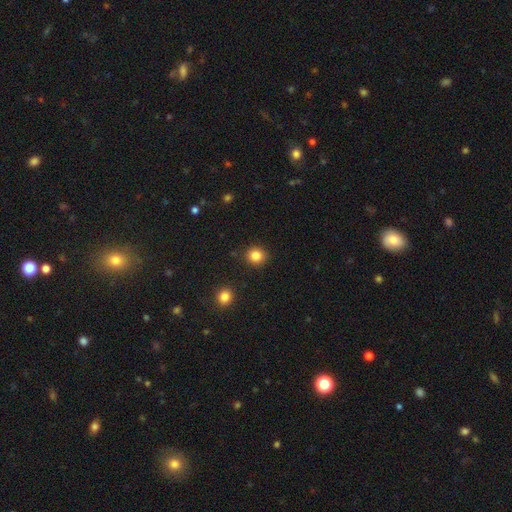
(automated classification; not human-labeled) Smooth or featured?
  - smooth: 84% *
  - star or artifact: 11%
  - featured or disk: 5%
How rounded?
  - round: 85% *
  - in between: 14%
  - cigar-shaped: 1%
Merging?
  - none: 89% *
  - minor disturbance: 7%
  - major disturbance: 2%
  - merger: 2%